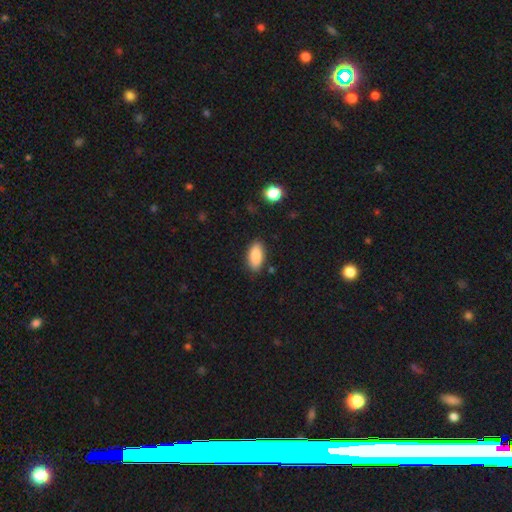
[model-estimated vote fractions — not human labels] Q: Smooth or featured?
A: smooth (87%); runner-up: star or artifact (7%)
Q: How rounded?
A: in between (91%); runner-up: cigar-shaped (6%)
Q: Merging?
A: none (85%); runner-up: minor disturbance (11%)